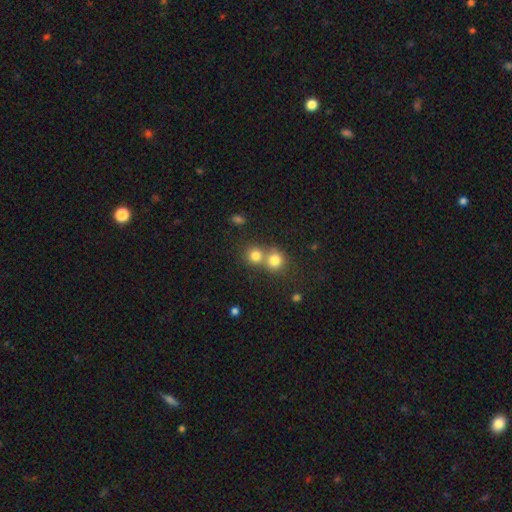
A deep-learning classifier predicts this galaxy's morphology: Q: Smooth or featured?
A: smooth (79%); runner-up: star or artifact (12%)
Q: How rounded?
A: round (86%); runner-up: in between (13%)
Q: Merging?
A: merger (49%); runner-up: none (44%)